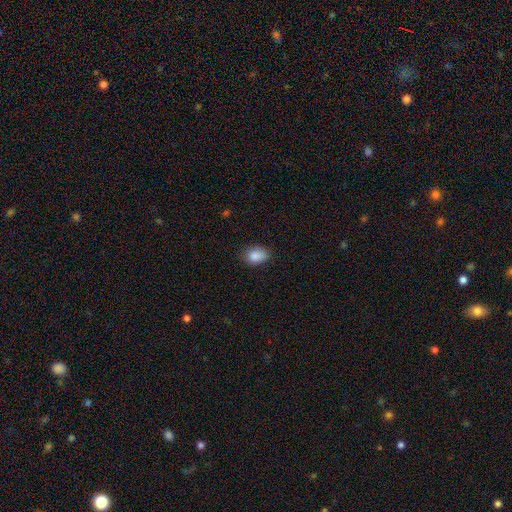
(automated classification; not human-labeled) This appears to be a smooth galaxy with no disk features (87%) that is in between round and cigar-shaped (79%). Merging: none (76%).